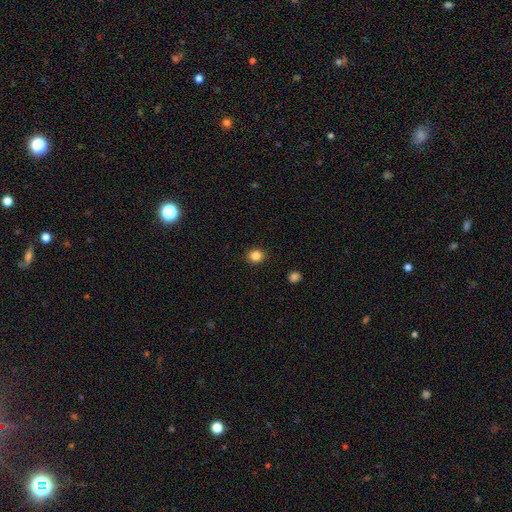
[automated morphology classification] type=smooth (85%); roundness=round (79%); merging=none (91%).